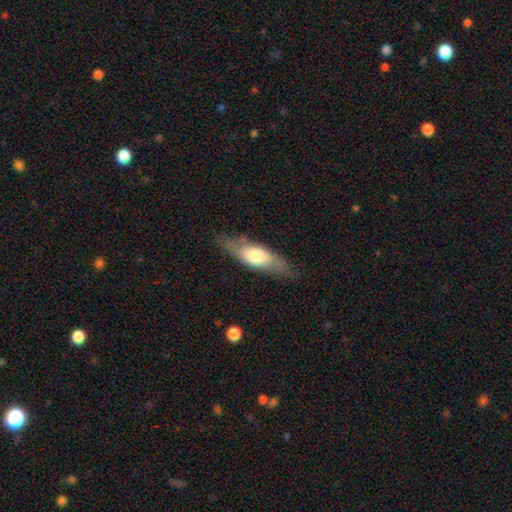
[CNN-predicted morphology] A smooth galaxy with no disk features (57%) that is in between round and cigar-shaped (57%).

Vote fractions:
- Smooth or featured? smooth: 57% / featured or disk: 37% / star or artifact: 6%
- How rounded? in between: 57% / cigar-shaped: 40% / round: 3%
- Merging? none: 74% / minor disturbance: 19% / major disturbance: 6% / merger: 2%